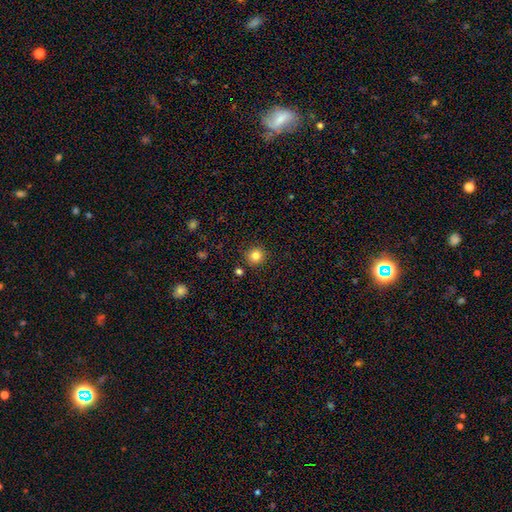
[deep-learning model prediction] Q: Smooth or featured?
A: smooth (83%); runner-up: star or artifact (12%)
Q: How rounded?
A: round (93%); runner-up: in between (6%)
Q: Merging?
A: none (90%); runner-up: minor disturbance (6%)